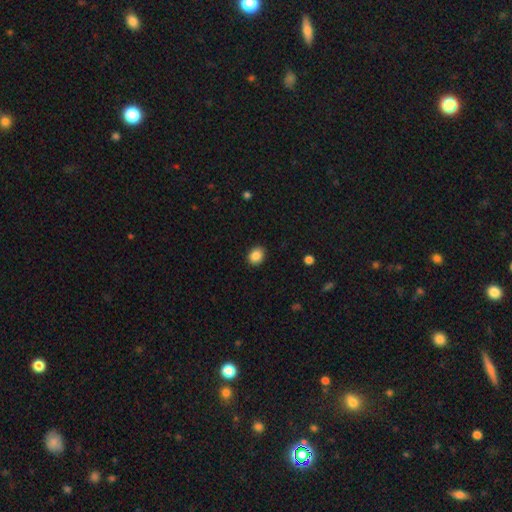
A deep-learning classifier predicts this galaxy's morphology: smooth_or_featured: smooth (p=0.87) [alt: star or artifact p=0.09]
how_rounded: round (p=0.51) [alt: in between p=0.48]
merging: none (p=0.89) [alt: minor disturbance p=0.08]